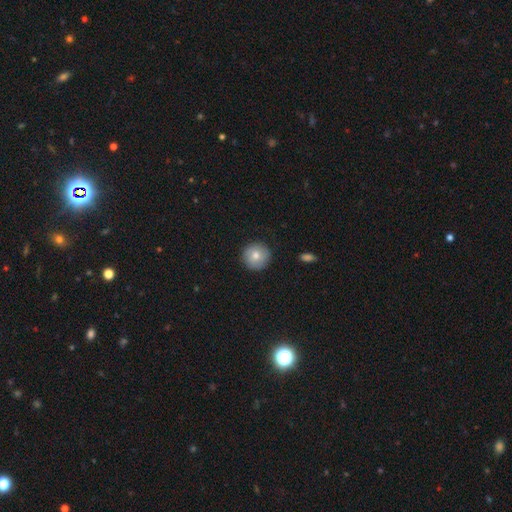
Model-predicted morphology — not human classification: type=smooth (76%); roundness=round (95%); merging=none (90%).